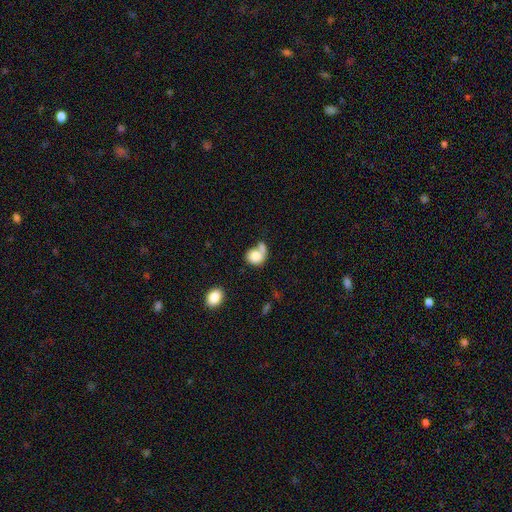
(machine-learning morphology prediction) type=smooth (79%); roundness=round (68%); merging=merger (42%).